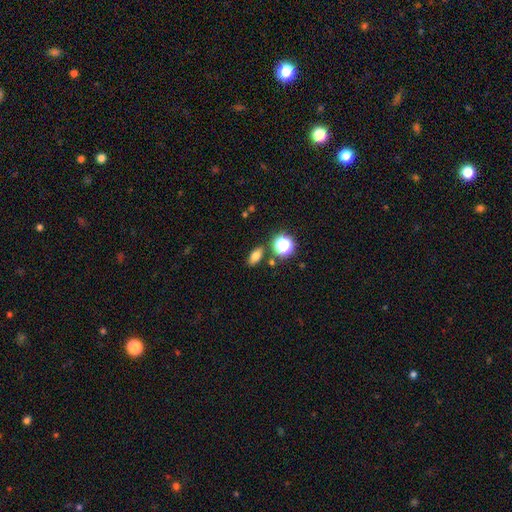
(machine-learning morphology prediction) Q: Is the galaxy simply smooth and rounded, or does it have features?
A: smooth — 71%.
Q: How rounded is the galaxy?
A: in between — 74%.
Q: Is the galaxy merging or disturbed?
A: none — 82%.